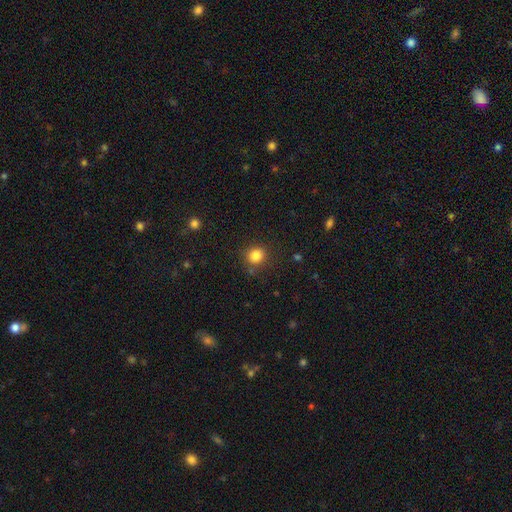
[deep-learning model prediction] This is clearly a smooth galaxy (83%). How rounded: clearly round (86%). Merging: clearly none (83%).